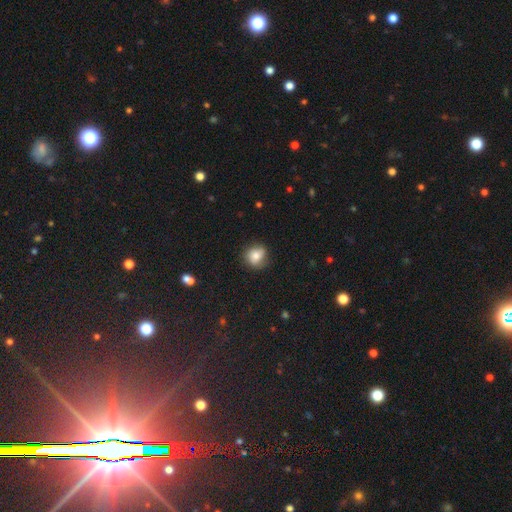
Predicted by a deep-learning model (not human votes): Q: Smooth or featured?
A: smooth (74%); runner-up: featured or disk (16%)
Q: How rounded?
A: round (74%); runner-up: in between (25%)
Q: Merging?
A: none (70%); runner-up: minor disturbance (23%)